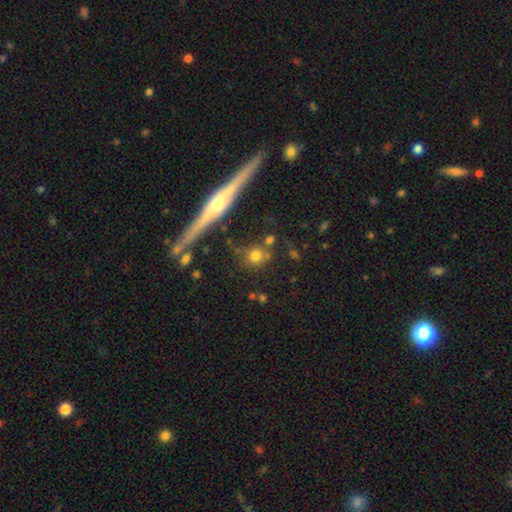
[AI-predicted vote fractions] A smooth galaxy with no disk features (69%) that is round (85%).

Vote fractions:
- Smooth or featured? smooth: 69% / featured or disk: 16% / star or artifact: 15%
- How rounded? round: 85% / in between: 10% / cigar-shaped: 4%
- Merging? none: 75% / merger: 11% / minor disturbance: 10% / major disturbance: 4%